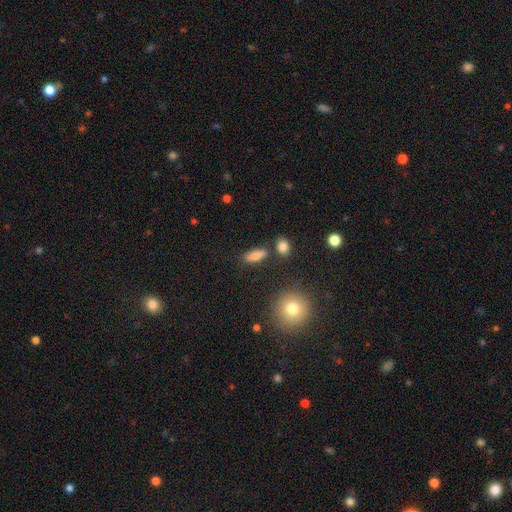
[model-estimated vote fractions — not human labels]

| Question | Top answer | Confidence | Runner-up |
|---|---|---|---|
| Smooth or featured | smooth | 80% | featured or disk (11%) |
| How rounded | in between | 65% | cigar-shaped (28%) |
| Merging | none | 77% | minor disturbance (12%) |